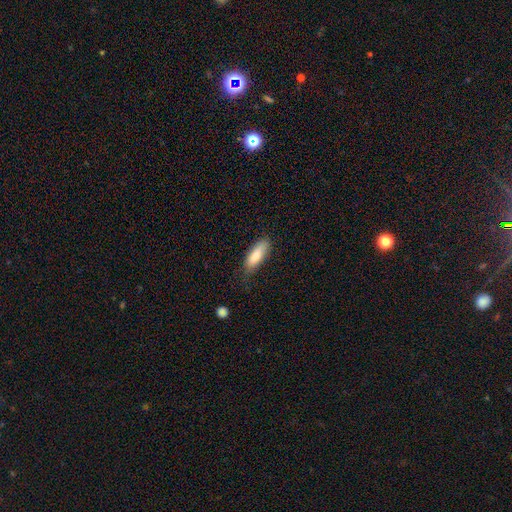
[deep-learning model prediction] This appears to be a smooth galaxy with no disk features (81%) that is in between round and cigar-shaped (57%). Merging: none (69%).